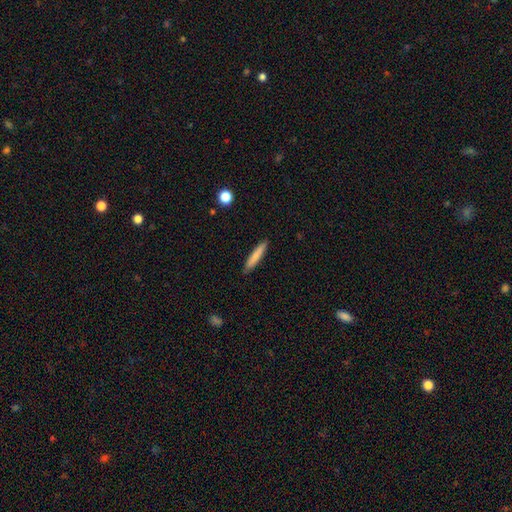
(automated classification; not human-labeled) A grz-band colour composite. It shows a smooth galaxy with no disk features (78%) that is cigar-shaped (91%). Merging: none (89%).